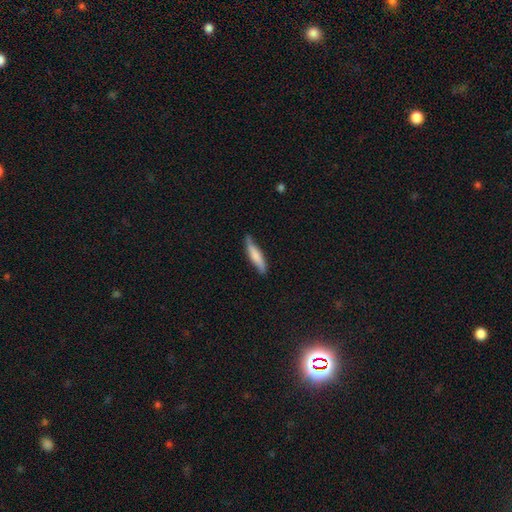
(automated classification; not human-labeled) Smooth or featured?
  - smooth: 70% *
  - featured or disk: 25%
  - star or artifact: 5%
How rounded?
  - cigar-shaped: 84% *
  - in between: 15%
  - round: 1%
Merging?
  - none: 73% *
  - minor disturbance: 22%
  - major disturbance: 3%
  - merger: 2%